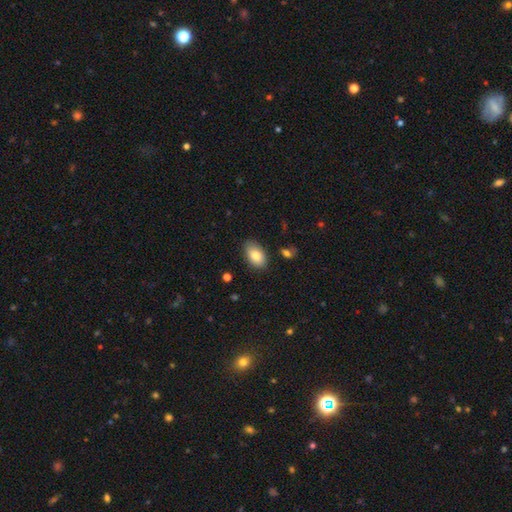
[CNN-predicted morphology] This appears to be a smooth galaxy with no disk features (82%) that is in between round and cigar-shaped (93%). Merging: none (84%).